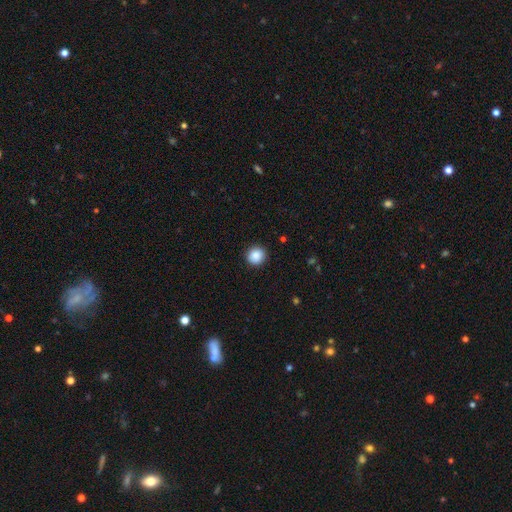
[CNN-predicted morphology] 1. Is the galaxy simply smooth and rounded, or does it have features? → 88% smooth, 9% star or artifact, 3% featured or disk.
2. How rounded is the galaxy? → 93% round, 6% in between, 1% cigar-shaped.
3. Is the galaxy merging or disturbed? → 91% none, 6% minor disturbance, 2% major disturbance, 1% merger.